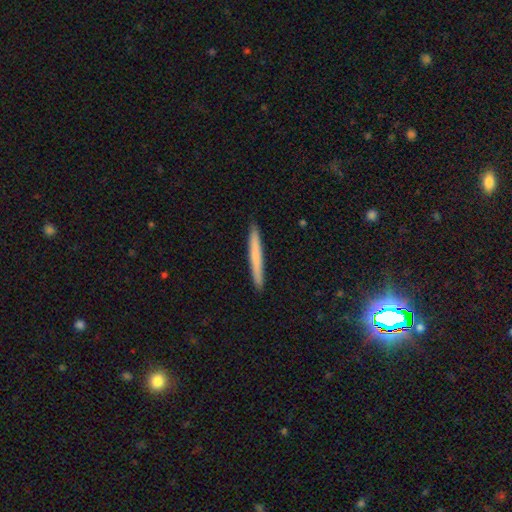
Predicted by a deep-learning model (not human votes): A smooth galaxy with no disk features (67%) that is cigar-shaped (97%). Merging: none (93%).